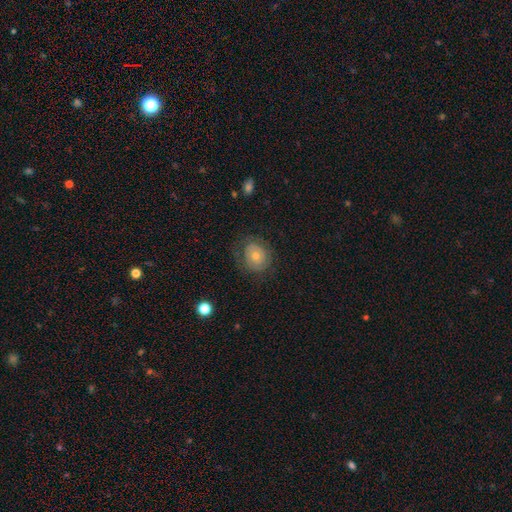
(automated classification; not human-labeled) A smooth galaxy with no disk features (60%) that is round (71%). Merging: none (70%).